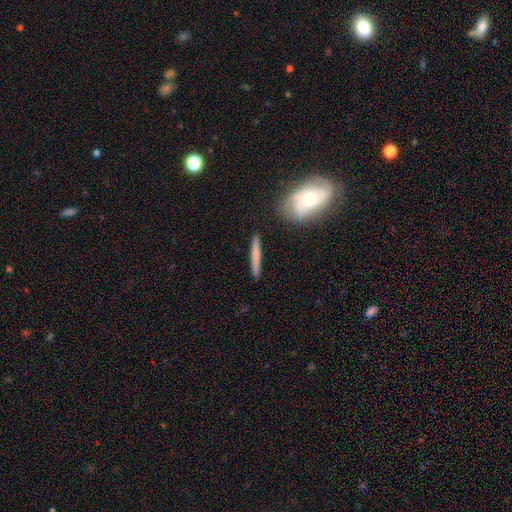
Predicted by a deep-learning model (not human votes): A smooth galaxy with no disk features (54%) that is cigar-shaped (89%).

Vote fractions:
- Smooth or featured? smooth: 54% / featured or disk: 38% / star or artifact: 8%
- How rounded? cigar-shaped: 89% / in between: 7% / round: 3%
- Merging? none: 84% / minor disturbance: 10% / merger: 3% / major disturbance: 3%